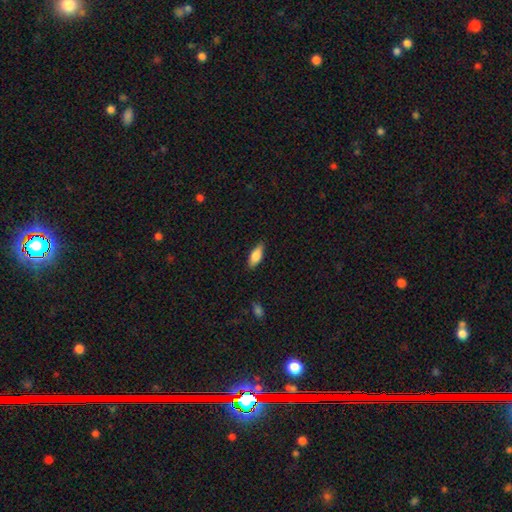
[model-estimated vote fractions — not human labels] A smooth galaxy with no disk features (81%) that is in between round and cigar-shaped (76%).

Vote fractions:
- Smooth or featured? smooth: 81% / featured or disk: 13% / star or artifact: 6%
- How rounded? in between: 76% / cigar-shaped: 22% / round: 2%
- Merging? none: 85% / minor disturbance: 12% / major disturbance: 2% / merger: 1%